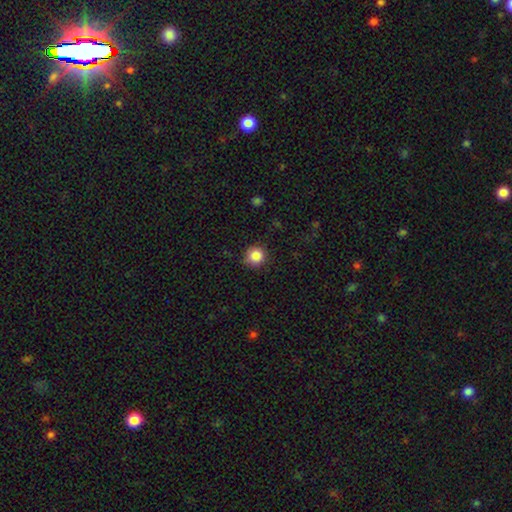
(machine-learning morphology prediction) smooth 85%, star or artifact 10%, featured or disk 4%. Down the decision tree: how rounded — round (92%); merging — none (86%).